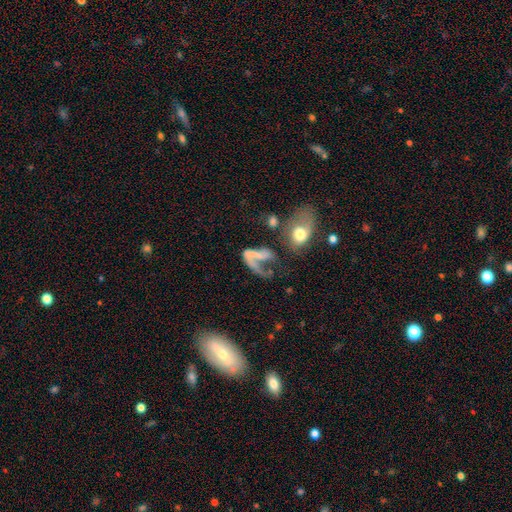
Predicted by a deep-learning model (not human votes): featured or disk 57%, smooth 32%, star or artifact 12%. Down the decision tree: edge-on disk — no (94%); bar — no (59%); spiral arms — yes (55%); bulge size — none (59%); merging — major disturbance (45%).